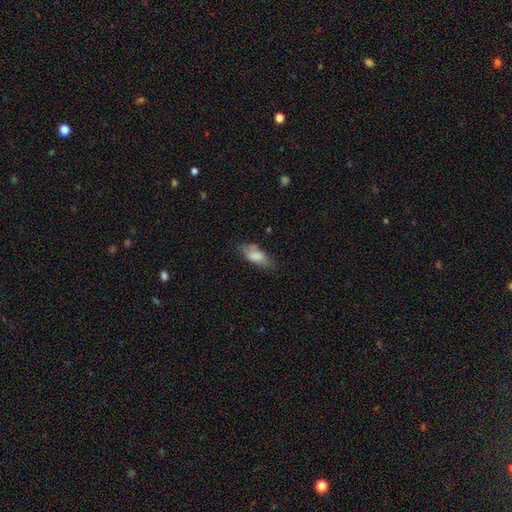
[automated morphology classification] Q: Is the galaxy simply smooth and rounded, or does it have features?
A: smooth — 79%.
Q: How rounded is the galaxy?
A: in between — 81%.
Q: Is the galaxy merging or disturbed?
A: none — 64%.